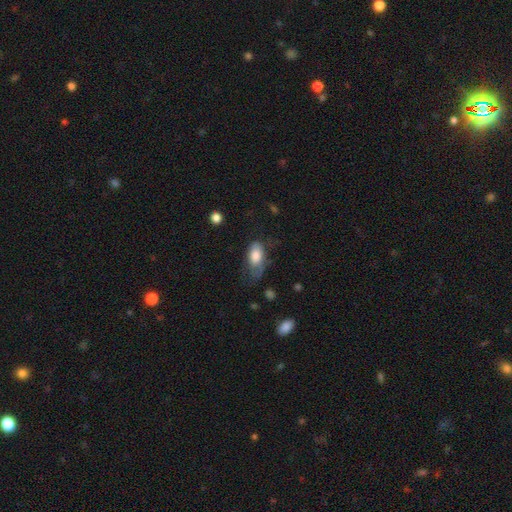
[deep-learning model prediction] A smooth galaxy with no disk features (71%) that is in between round and cigar-shaped (90%). Merging: none (36%).